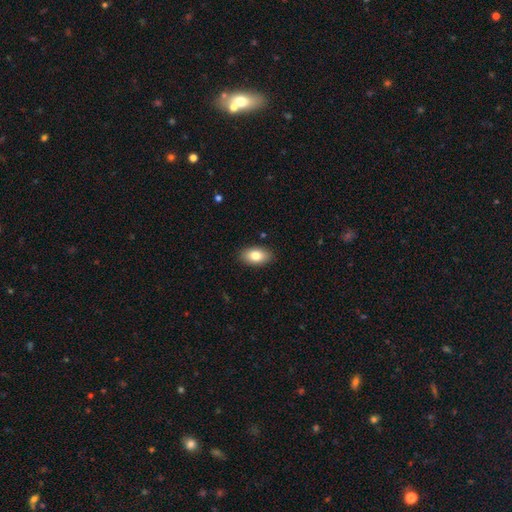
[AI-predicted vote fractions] Smooth or featured? Predicted: smooth (p=0.82). How rounded? Predicted: in between (p=0.92). Merging? Predicted: none (p=0.89).